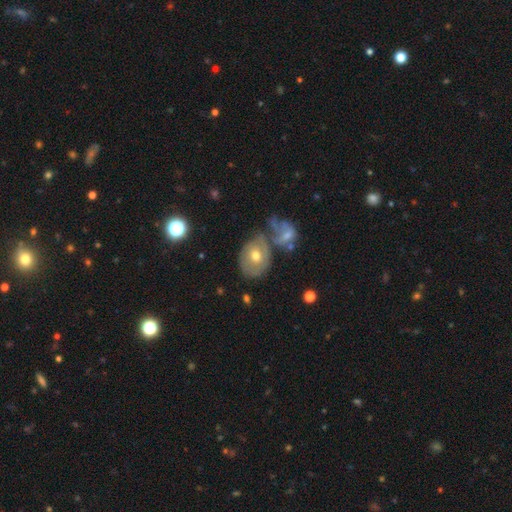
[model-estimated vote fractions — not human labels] Smooth or featured: featured or disk — 52% (smooth — 36%)
Edge-on disk: no — 93% (yes — 7%)
Merging: none — 49% (merger — 29%)